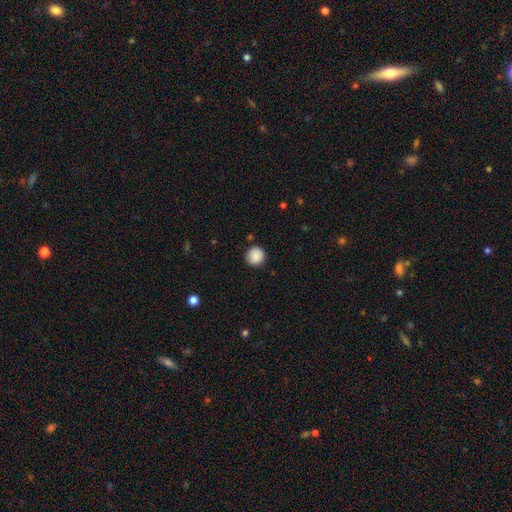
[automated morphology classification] The model was most divided on "smooth or featured": smooth: 88%, star or artifact: 8%, featured or disk: 4%. More confident: how rounded — round (94%); merging — none (89%).